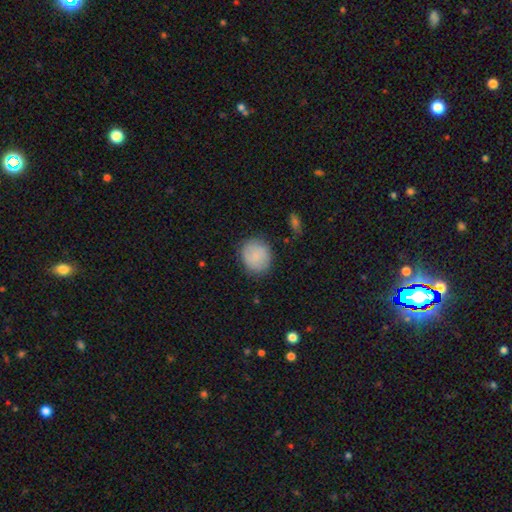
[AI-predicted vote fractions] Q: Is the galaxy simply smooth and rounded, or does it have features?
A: smooth — 82%.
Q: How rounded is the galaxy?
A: round — 79%.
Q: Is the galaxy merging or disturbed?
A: none — 79%.